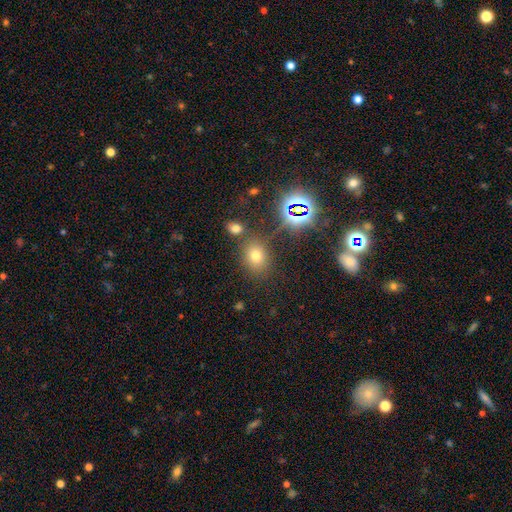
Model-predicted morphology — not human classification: A smooth galaxy with no disk features (65%) that is round (50%).

Vote fractions:
- Smooth or featured? smooth: 65% / star or artifact: 25% / featured or disk: 10%
- How rounded? round: 50% / in between: 48% / cigar-shaped: 1%
- Merging? none: 75% / minor disturbance: 11% / merger: 8% / major disturbance: 5%